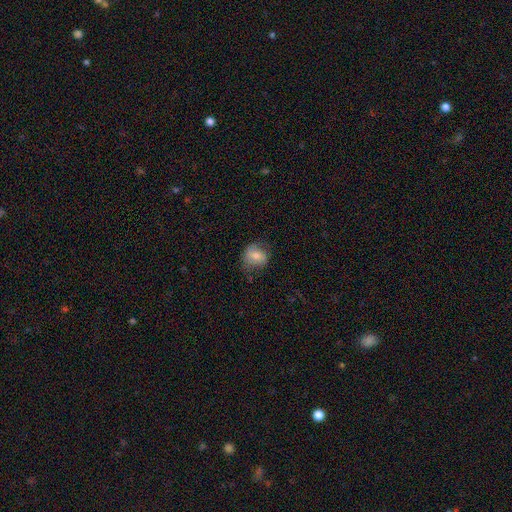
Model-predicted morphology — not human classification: smooth_or_featured: smooth (p=0.64) [alt: featured or disk p=0.27]
how_rounded: round (p=0.66) [alt: in between p=0.33]
merging: none (p=0.65) [alt: minor disturbance p=0.24]